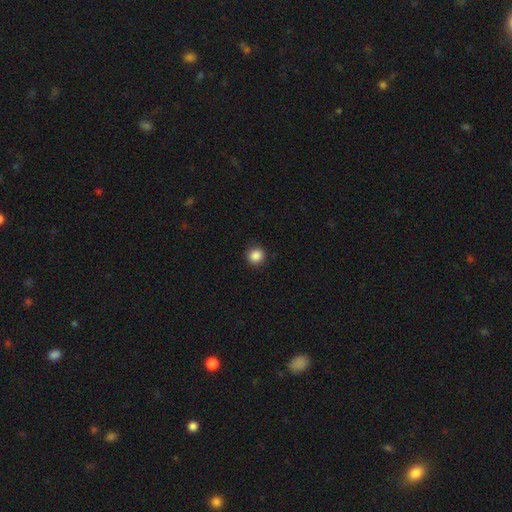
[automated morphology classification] Smooth or featured? smooth (87%)
How rounded? round (91%)
Merging? none (90%)